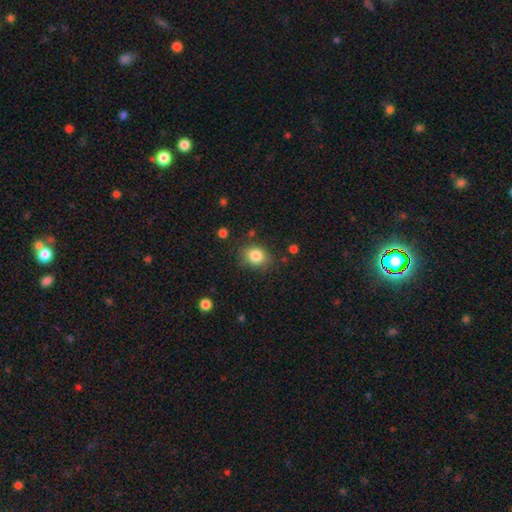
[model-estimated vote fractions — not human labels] Smooth or featured? Predicted: smooth (p=0.83). How rounded? Predicted: round (p=0.50). Merging? Predicted: none (p=0.81).